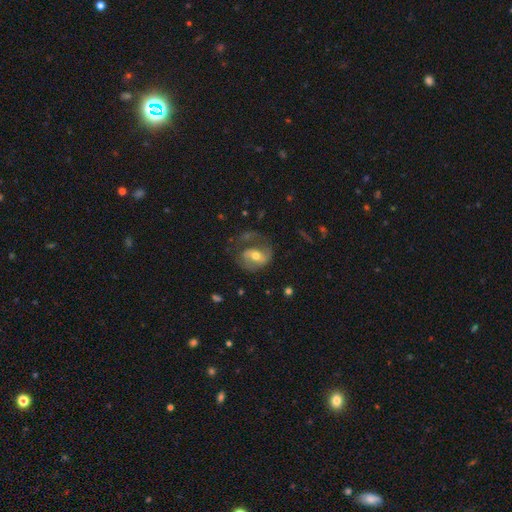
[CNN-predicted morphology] A featured or disk galaxy (64%) with a weak bar (39%), spiral arms (77%) and a moderate central bulge (64%). Merging: none (45%).